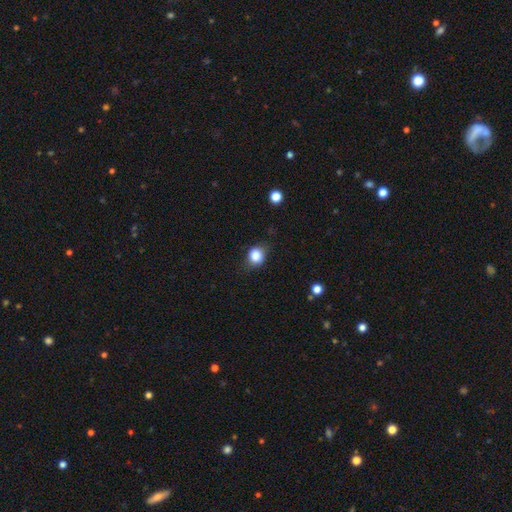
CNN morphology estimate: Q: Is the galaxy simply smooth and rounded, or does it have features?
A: smooth — 83%.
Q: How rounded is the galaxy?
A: round — 68%.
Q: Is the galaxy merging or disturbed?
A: none — 74%.